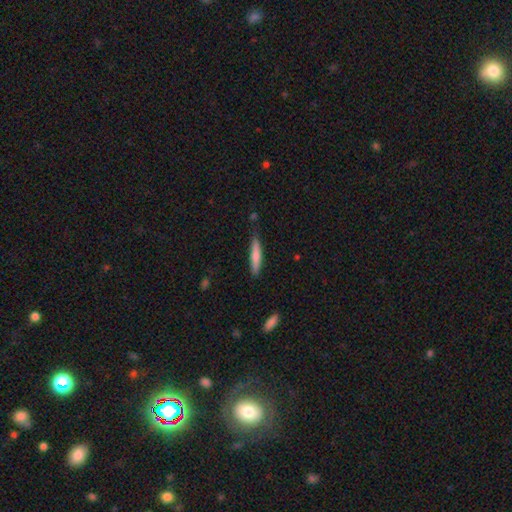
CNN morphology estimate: smooth 73%, featured or disk 22%, star or artifact 6%. Down the decision tree: how rounded — cigar-shaped (88%); merging — none (80%).